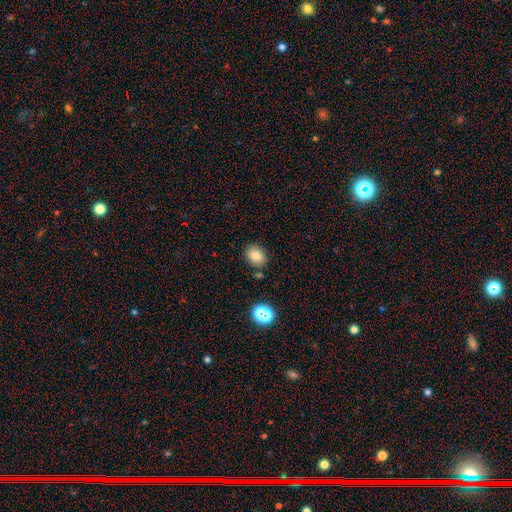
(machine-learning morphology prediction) smooth_or_featured: smooth (p=0.80) [alt: star or artifact p=0.12]
how_rounded: in between (p=0.52) [alt: round p=0.47]
merging: none (p=0.83) [alt: minor disturbance p=0.10]